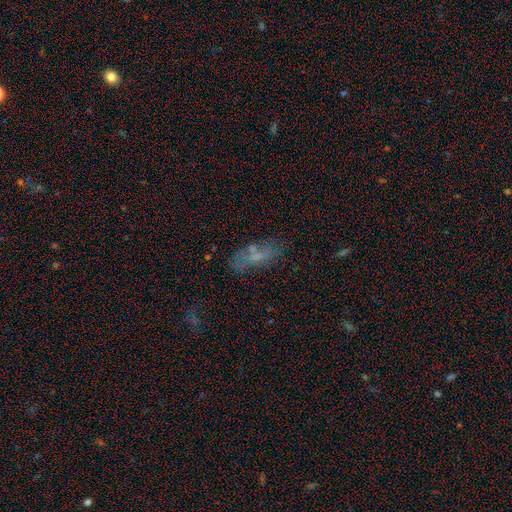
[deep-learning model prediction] This is possibly a smooth galaxy (53%). How rounded: likely in between (70%). Merging: likely none (63%).